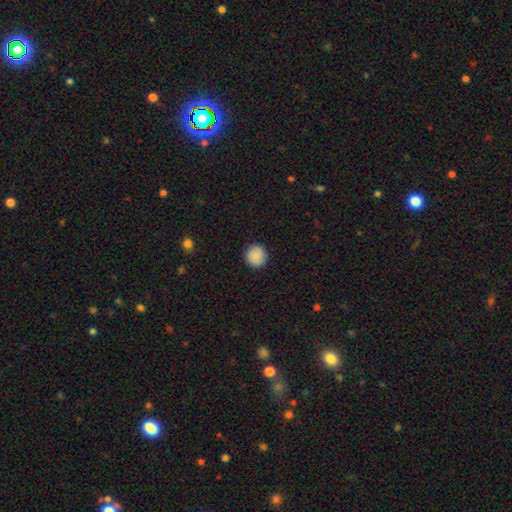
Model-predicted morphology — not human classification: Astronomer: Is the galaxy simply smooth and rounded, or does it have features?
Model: smooth — 86%.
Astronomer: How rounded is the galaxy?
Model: round — 94%.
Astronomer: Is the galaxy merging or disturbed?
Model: none — 91%.